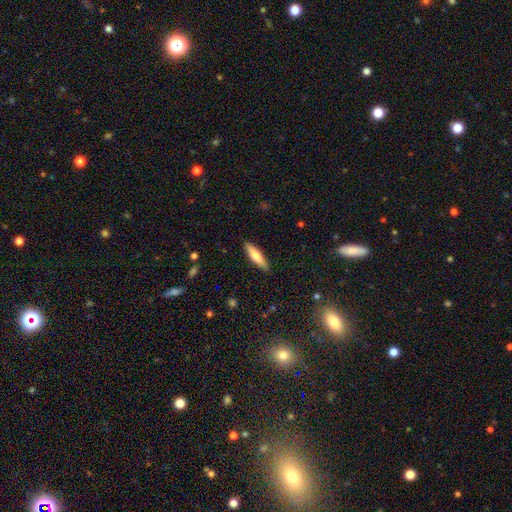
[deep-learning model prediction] A smooth galaxy with no disk features (68%) that is cigar-shaped (73%).

Vote fractions:
- Smooth or featured? smooth: 68% / featured or disk: 27% / star or artifact: 6%
- How rounded? cigar-shaped: 73% / in between: 26% / round: 2%
- Merging? none: 89% / minor disturbance: 8% / major disturbance: 2% / merger: 1%